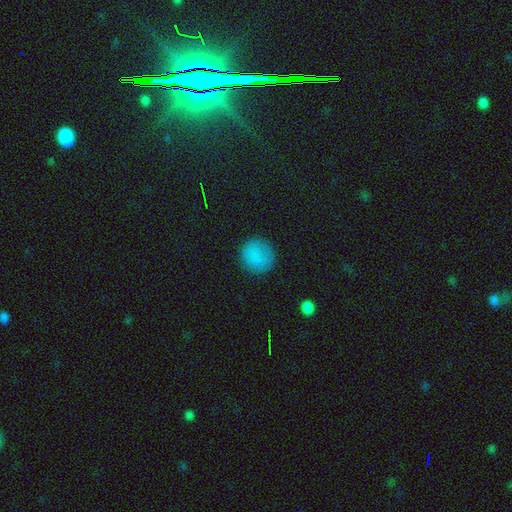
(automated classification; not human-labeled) Overall: smooth (83%). How rounded: round (93%). Merging: none (86%).